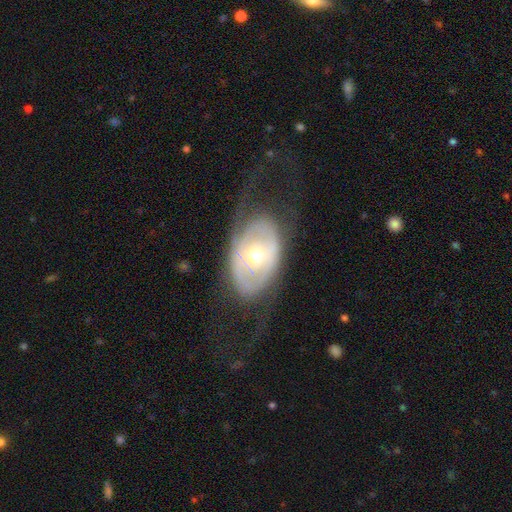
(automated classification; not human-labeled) Smooth or featured? featured or disk (67%)
Edge-on disk? no (92%)
Bar? no (72%)
Spiral arms? yes (50%, tied with no)
Bulge size? moderate (50%)
Merging? none (51%)